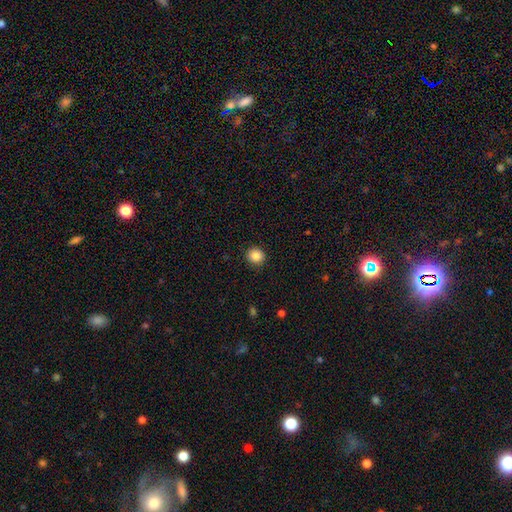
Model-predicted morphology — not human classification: smooth-or-featured: smooth: 86% | star or artifact: 10% | featured or disk: 4%
  how-rounded: round: 88% | in between: 12% | cigar-shaped: 1%
  merging: none: 91% | minor disturbance: 6% | major disturbance: 2% | merger: 1%